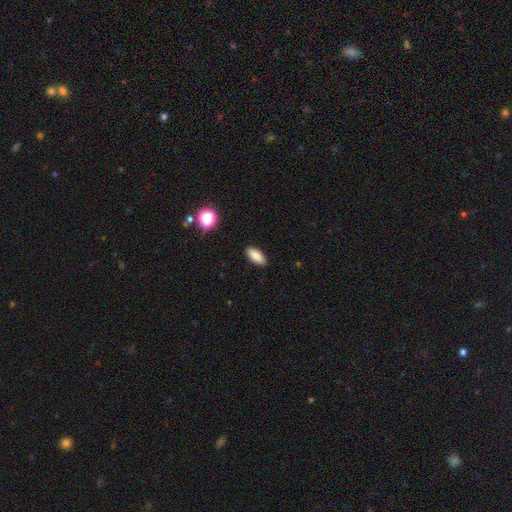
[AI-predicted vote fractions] This appears to be a smooth galaxy with no disk features (87%) that is in between round and cigar-shaped (85%). Merging: none (89%).